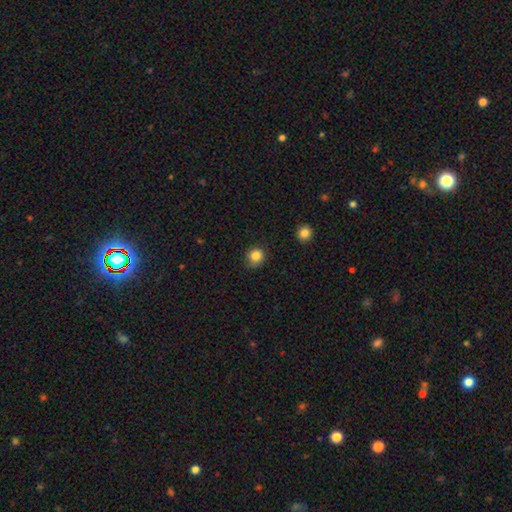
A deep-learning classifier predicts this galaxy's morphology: smooth-or-featured: smooth: 85% | star or artifact: 11% | featured or disk: 4%
  how-rounded: round: 85% | in between: 14% | cigar-shaped: 1%
  merging: none: 82% | minor disturbance: 14% | major disturbance: 3% | merger: 1%